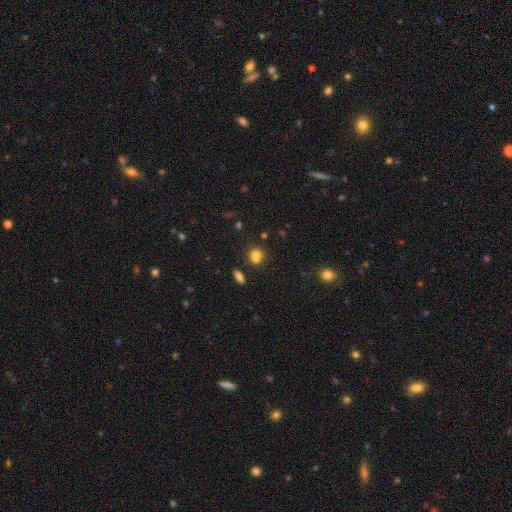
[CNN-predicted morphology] This appears to be a smooth galaxy with no disk features (76%) that is round (57%). Merging: none (56%).